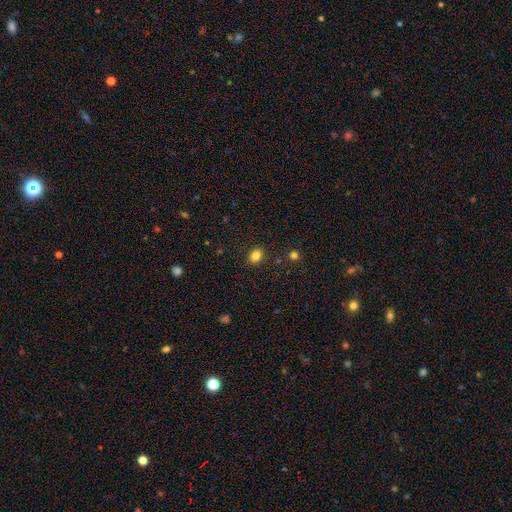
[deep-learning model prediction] This appears to be a smooth galaxy with no disk features (83%) that is in between round and cigar-shaped (58%). Merging: none (88%).